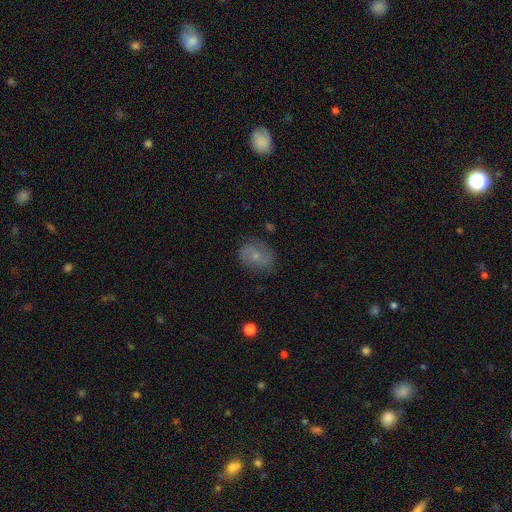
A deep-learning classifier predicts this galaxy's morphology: smooth-or-featured: smooth: 52% | featured or disk: 38% | star or artifact: 10%
  how-rounded: in between: 58% | round: 40% | cigar-shaped: 2%
  merging: none: 77% | minor disturbance: 17% | major disturbance: 5% | merger: 1%